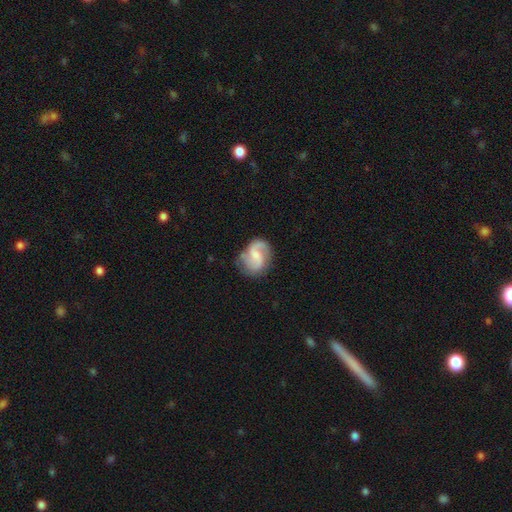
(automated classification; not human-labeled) Overall: featured or disk (73%). Edge-on disk: no (98%). Bar: weak (51%; no 37%). Spiral arms: yes (94%). Spiral arm count: 2 (84%). Spiral winding: medium (47%; loose 36%). Bulge size: small (41%; moderate 29%). Merging: none (69%).